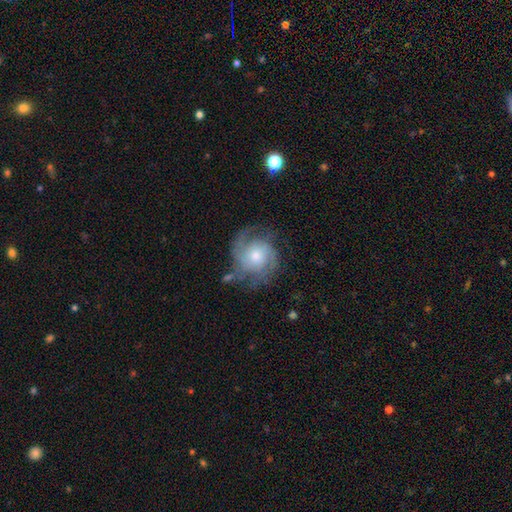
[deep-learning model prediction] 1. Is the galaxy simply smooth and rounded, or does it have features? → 81% featured or disk, 13% smooth, 6% star or artifact.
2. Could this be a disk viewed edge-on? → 98% no, 2% yes.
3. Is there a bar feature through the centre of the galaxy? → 73% no, 24% weak, 4% strong.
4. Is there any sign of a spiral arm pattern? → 95% yes, 5% no.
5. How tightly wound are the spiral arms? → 49% tight, 39% medium, 12% loose.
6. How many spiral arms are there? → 34% 2, 27% 3, 23% can't tell, 6% 4, 5% 1, 5% more than 4.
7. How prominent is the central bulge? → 54% moderate, 33% small, 9% large, 3% none, 1% dominant.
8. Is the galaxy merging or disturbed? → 68% none, 19% minor disturbance, 11% major disturbance, 3% merger.